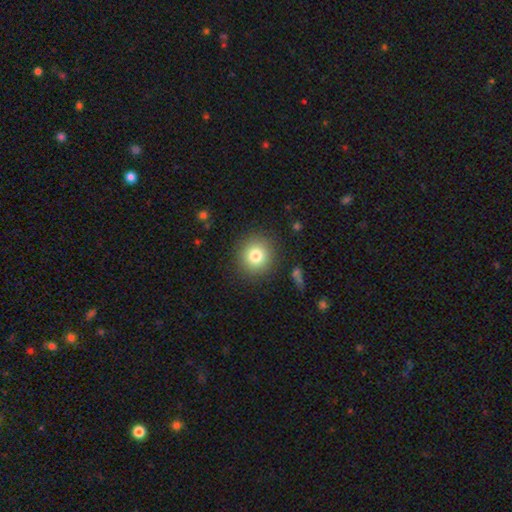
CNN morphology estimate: type=smooth (80%); roundness=round (92%); merging=none (89%).